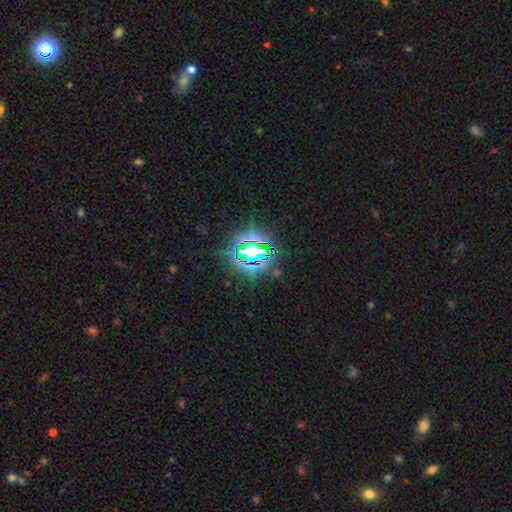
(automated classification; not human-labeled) Overall: star or artifact (74%).